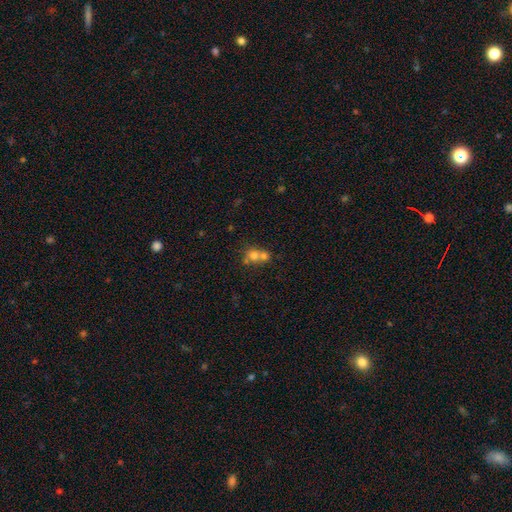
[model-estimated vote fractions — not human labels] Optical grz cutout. It shows a smooth galaxy with no disk features (69%) that is round (78%). Merging: merger (63%).